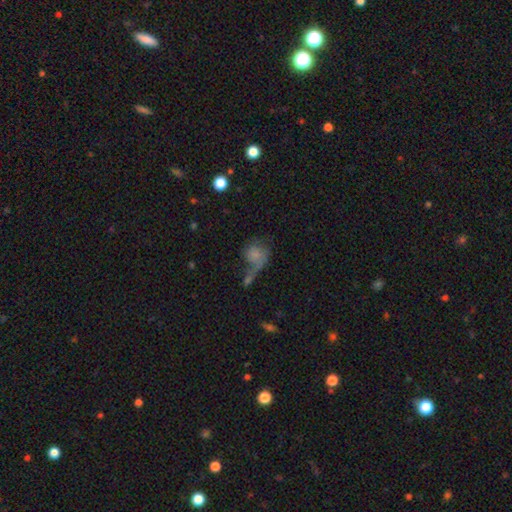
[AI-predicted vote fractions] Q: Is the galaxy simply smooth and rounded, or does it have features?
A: smooth — 63%.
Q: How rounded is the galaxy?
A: round — 67%.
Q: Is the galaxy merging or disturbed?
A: merger — 33%.